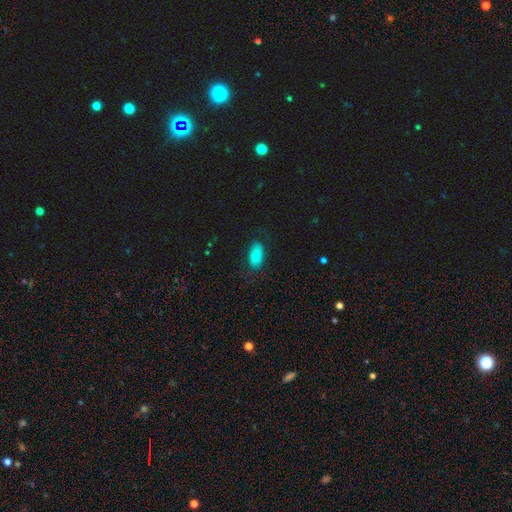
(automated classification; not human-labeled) Morphology: type=smooth (79%); roundness=in between (92%); merging=none (75%).